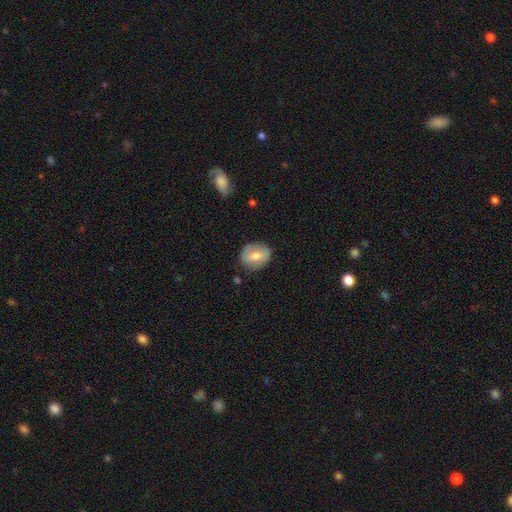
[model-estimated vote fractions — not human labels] Smooth or featured? Predicted: smooth (p=0.54). How rounded? Predicted: in between (p=0.53). Merging? Predicted: none (p=0.79).